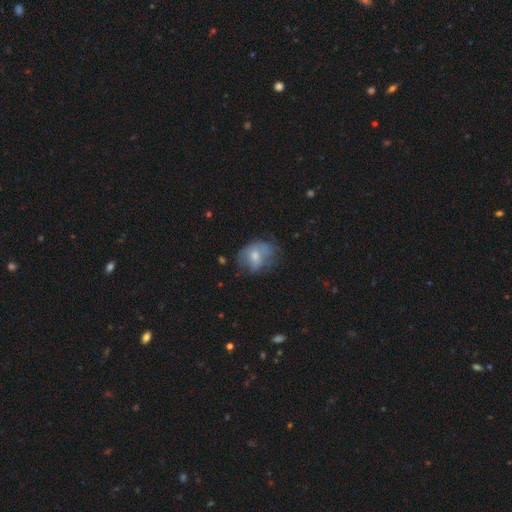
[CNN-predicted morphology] Smooth or featured? Predicted: smooth (p=0.57). How rounded? Predicted: in between (p=0.62). Merging? Predicted: none (p=0.39).